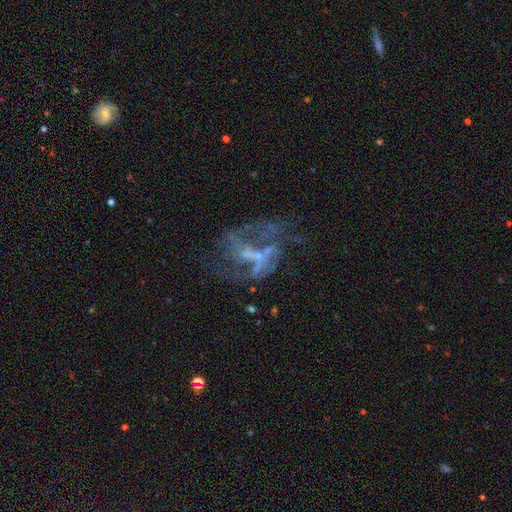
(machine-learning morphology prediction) smooth_or_featured: featured or disk (p=0.73) [alt: star or artifact p=0.17]
disk_edge_on: no (p=0.97) [alt: yes p=0.03]
bar: no (p=0.52) [alt: weak p=0.35]
has_spiral_arms: yes (p=0.59) [alt: no p=0.41]
bulge_size: none (p=0.43) [alt: small p=0.38]
merging: none (p=0.39) [alt: major disturbance p=0.34]